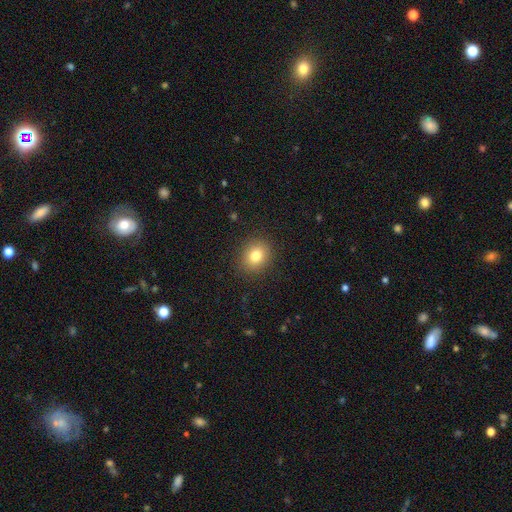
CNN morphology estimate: A smooth galaxy with no disk features (80%) that is round (70%). Merging: none (89%).